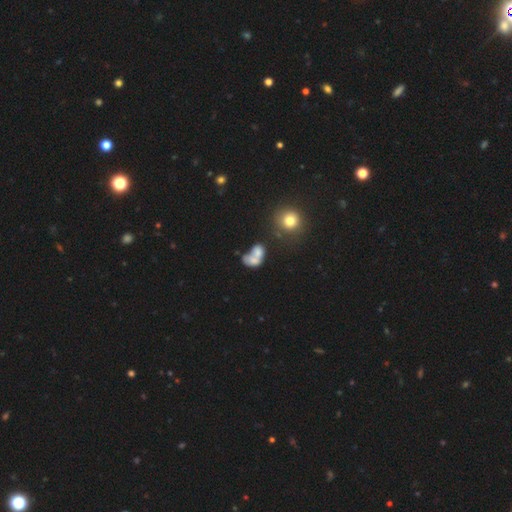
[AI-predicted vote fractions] This appears to be a smooth galaxy with no disk features (60%) that is in between round and cigar-shaped (67%). Merging: merger (63%).